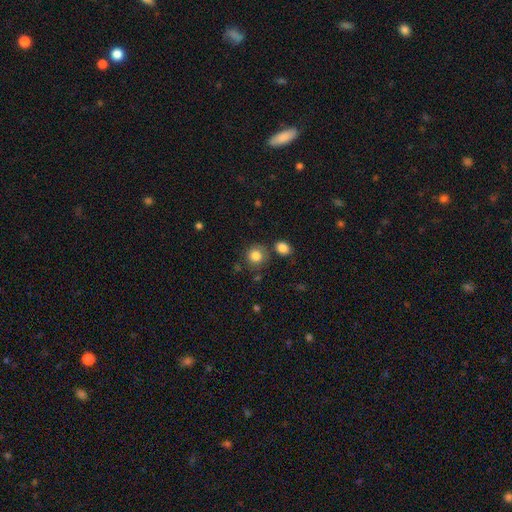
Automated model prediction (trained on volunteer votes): Q: Smooth or featured?
A: smooth (84%); runner-up: star or artifact (10%)
Q: How rounded?
A: round (87%); runner-up: in between (12%)
Q: Merging?
A: none (75%); runner-up: minor disturbance (11%)